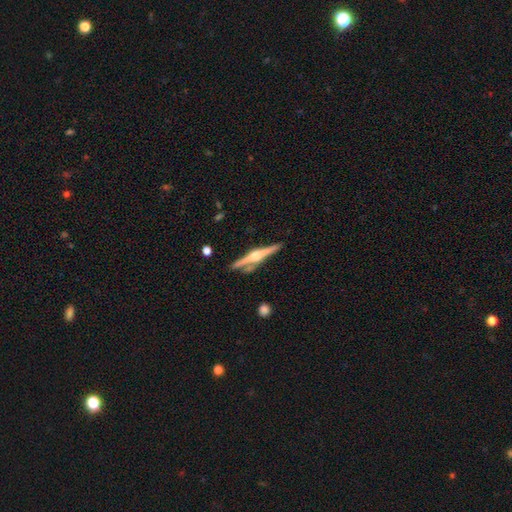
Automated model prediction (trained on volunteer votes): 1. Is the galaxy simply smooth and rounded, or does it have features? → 78% featured or disk, 16% smooth, 5% star or artifact.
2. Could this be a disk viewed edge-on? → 98% yes, 2% no.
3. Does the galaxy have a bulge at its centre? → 91% rounded, 5% boxy, 3% none.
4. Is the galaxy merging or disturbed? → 81% none, 11% minor disturbance, 6% merger, 3% major disturbance.